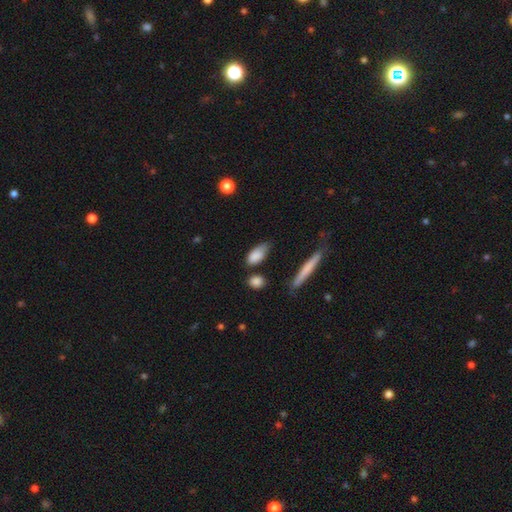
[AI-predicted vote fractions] smooth-or-featured: smooth: 82% | featured or disk: 11% | star or artifact: 7%
  how-rounded: in between: 79% | cigar-shaped: 16% | round: 5%
  merging: none: 52% | minor disturbance: 31% | major disturbance: 9% | merger: 8%